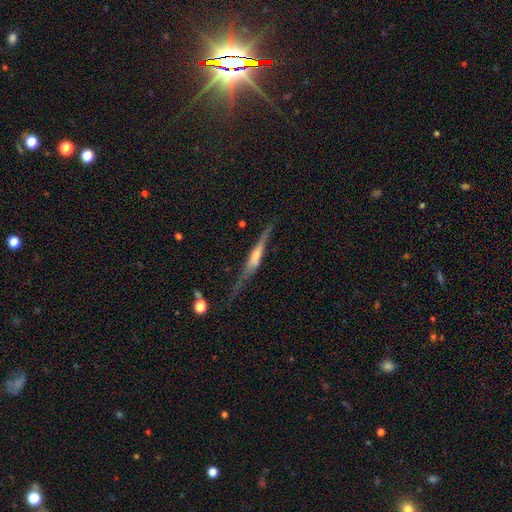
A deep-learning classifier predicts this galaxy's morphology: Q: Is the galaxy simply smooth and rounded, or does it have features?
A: featured or disk — 70%.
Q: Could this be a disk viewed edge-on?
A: yes — 94%.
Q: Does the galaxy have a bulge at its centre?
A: rounded — 61%.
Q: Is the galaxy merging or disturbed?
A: none — 55%.